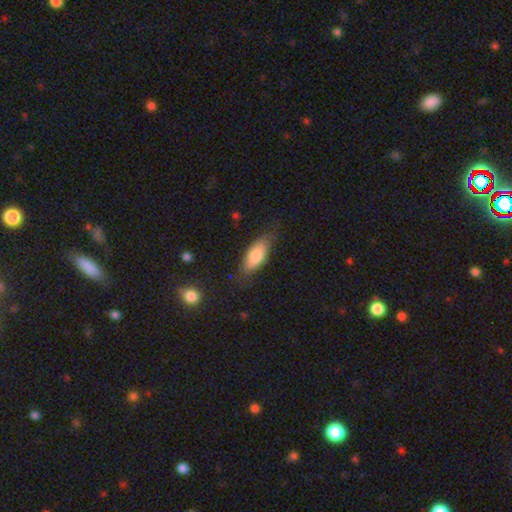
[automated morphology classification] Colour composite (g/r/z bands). It shows a smooth galaxy with no disk features (79%) that is in between round and cigar-shaped (79%). Merging: none (71%).